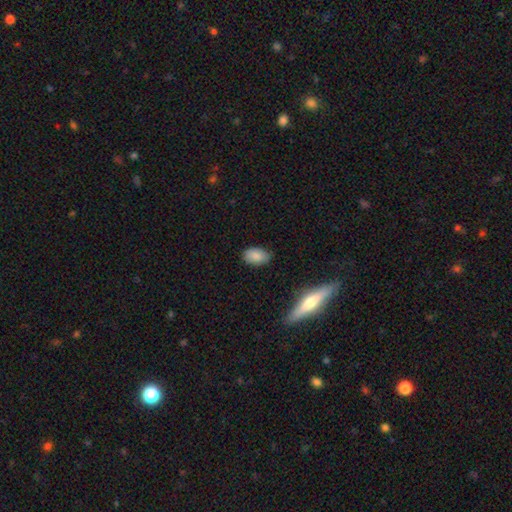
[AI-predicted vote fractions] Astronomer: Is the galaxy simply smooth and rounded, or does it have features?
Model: smooth — 85%.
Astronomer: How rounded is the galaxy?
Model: in between — 91%.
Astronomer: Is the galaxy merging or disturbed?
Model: none — 82%.